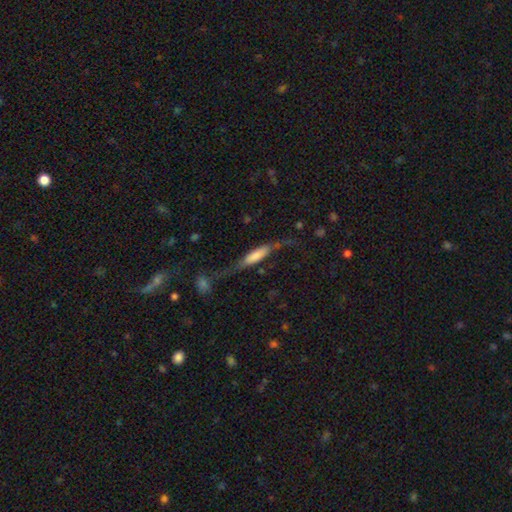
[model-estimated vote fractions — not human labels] A smooth galaxy with no disk features (51%) that is cigar-shaped (62%). Merging: none (43%).